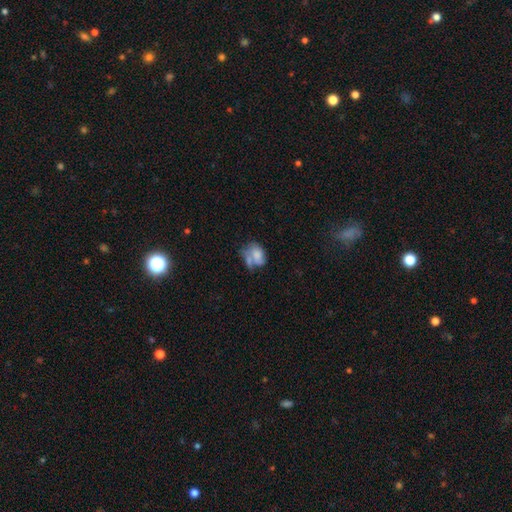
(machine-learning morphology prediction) Overall: smooth (60%; featured or disk 30%). How rounded: in between (70%). Merging: merger (33%; none 27%).